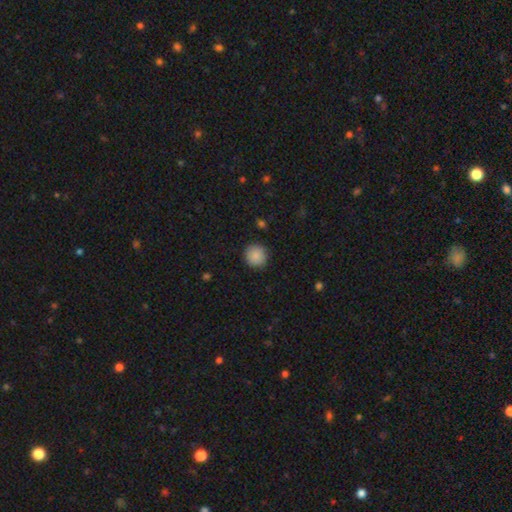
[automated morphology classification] Smooth or featured?
  - smooth: 89% *
  - star or artifact: 8%
  - featured or disk: 4%
How rounded?
  - round: 93% *
  - in between: 6%
  - cigar-shaped: 1%
Merging?
  - none: 89% *
  - minor disturbance: 8%
  - major disturbance: 2%
  - merger: 1%